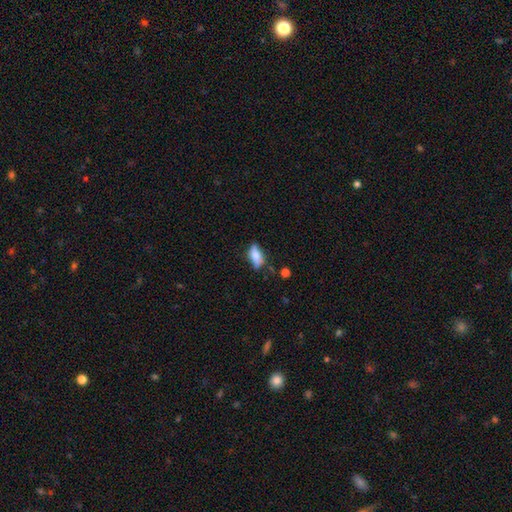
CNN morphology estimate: A smooth galaxy with no disk features (66%) that is in between round and cigar-shaped (77%).

Vote fractions:
- Smooth or featured? smooth: 66% / featured or disk: 26% / star or artifact: 8%
- How rounded? in between: 77% / cigar-shaped: 19% / round: 4%
- Merging? none: 59% / minor disturbance: 28% / major disturbance: 9% / merger: 4%